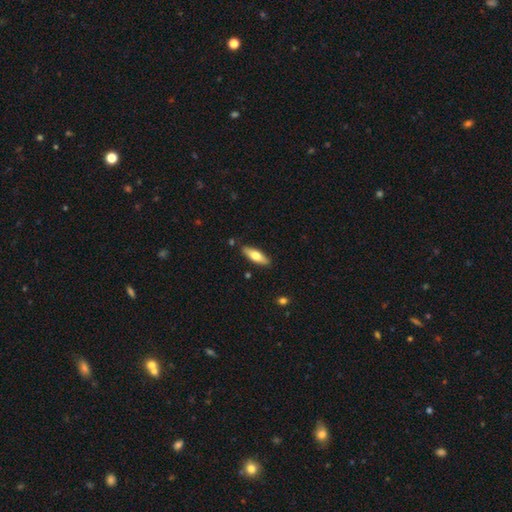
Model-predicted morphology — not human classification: This appears to be a smooth galaxy with no disk features (64%) that is in between round and cigar-shaped (53%). Merging: none (87%).